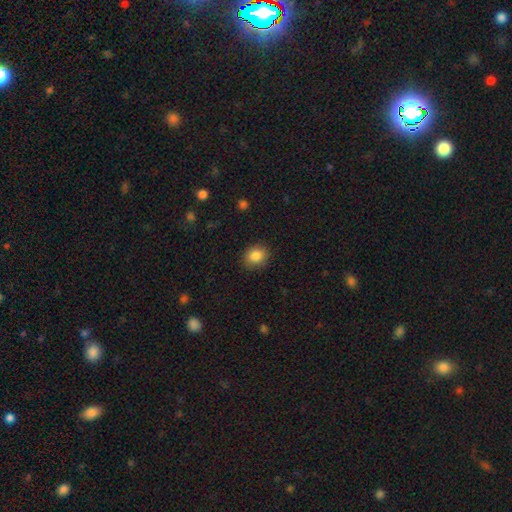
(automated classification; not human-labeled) Smooth or featured?
  - smooth: 86% *
  - star or artifact: 10%
  - featured or disk: 5%
How rounded?
  - round: 57% *
  - in between: 42%
  - cigar-shaped: 1%
Merging?
  - none: 87% *
  - minor disturbance: 10%
  - major disturbance: 3%
  - merger: 1%